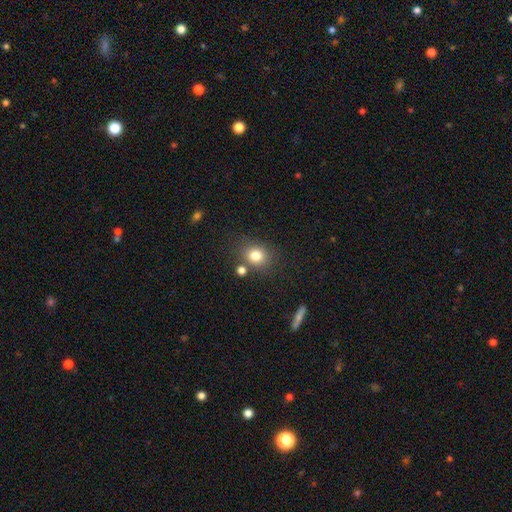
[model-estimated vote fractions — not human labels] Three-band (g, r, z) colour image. It shows a smooth galaxy with no disk features (80%) that is round (72%). Merging: none (73%).